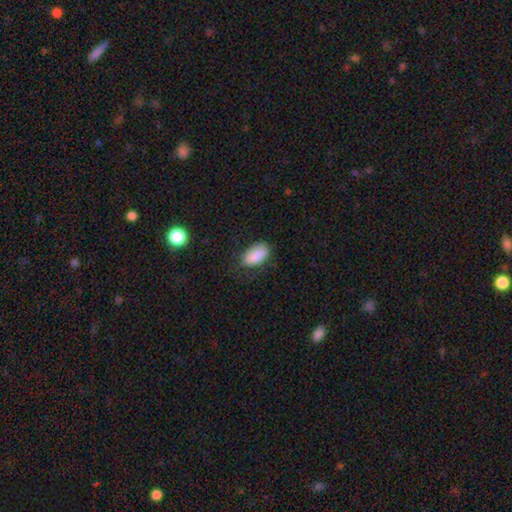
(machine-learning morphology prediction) A smooth galaxy with no disk features (87%) that is in between round and cigar-shaped (93%).

Vote fractions:
- Smooth or featured? smooth: 87% / star or artifact: 7% / featured or disk: 6%
- How rounded? in between: 93% / cigar-shaped: 4% / round: 3%
- Merging? none: 67% / minor disturbance: 24% / major disturbance: 8% / merger: 1%